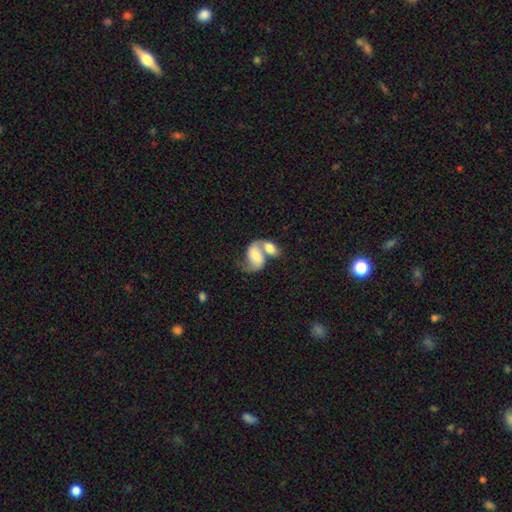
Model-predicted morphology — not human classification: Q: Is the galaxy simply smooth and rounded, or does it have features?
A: smooth — 50%.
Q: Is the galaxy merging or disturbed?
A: merger — 70%.